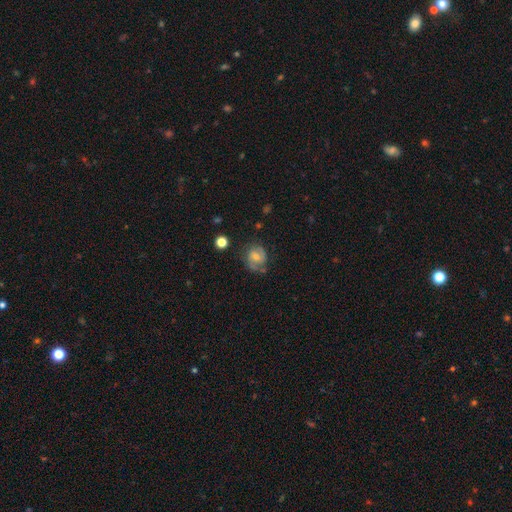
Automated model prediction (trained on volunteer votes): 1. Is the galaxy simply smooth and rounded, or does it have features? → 58% featured or disk, 30% smooth, 12% star or artifact.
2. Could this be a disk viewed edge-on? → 97% no, 3% yes.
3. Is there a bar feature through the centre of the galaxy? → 55% no, 37% weak, 8% strong.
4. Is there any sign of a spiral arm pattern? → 84% yes, 16% no.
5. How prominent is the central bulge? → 48% moderate, 43% small, 4% none, 3% large, 1% dominant.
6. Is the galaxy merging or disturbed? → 68% none, 21% minor disturbance, 8% major disturbance, 3% merger.